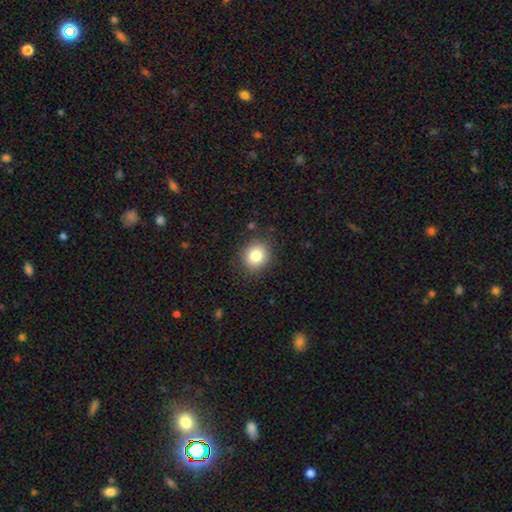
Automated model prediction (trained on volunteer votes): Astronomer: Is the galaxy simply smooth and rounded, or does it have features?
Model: smooth — 82%.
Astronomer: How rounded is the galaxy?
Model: round — 74%.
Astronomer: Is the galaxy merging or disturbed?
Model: none — 88%.